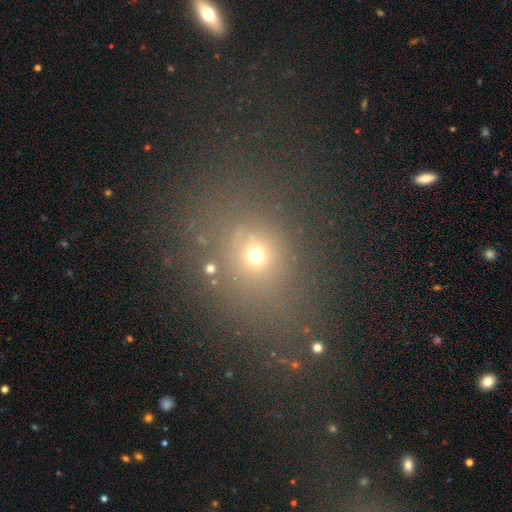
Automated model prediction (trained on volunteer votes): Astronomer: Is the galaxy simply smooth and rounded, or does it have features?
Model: smooth — 61%.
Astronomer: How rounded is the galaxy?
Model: round — 59% (runner-up: in between, 39%).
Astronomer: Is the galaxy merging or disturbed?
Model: none — 71%.